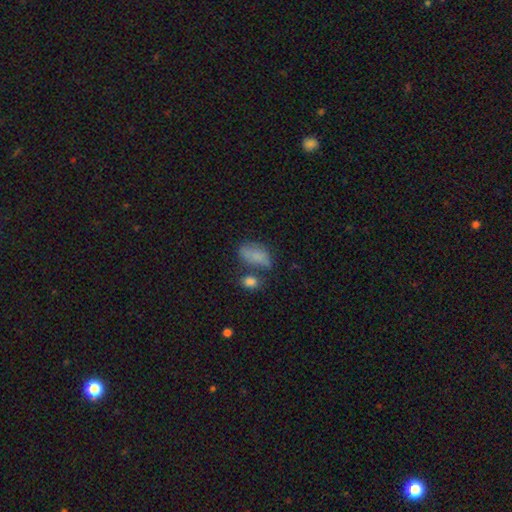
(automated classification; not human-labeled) This is likely a smooth galaxy (74%). How rounded: clearly in between (88%). Merging: marginally none (38%).